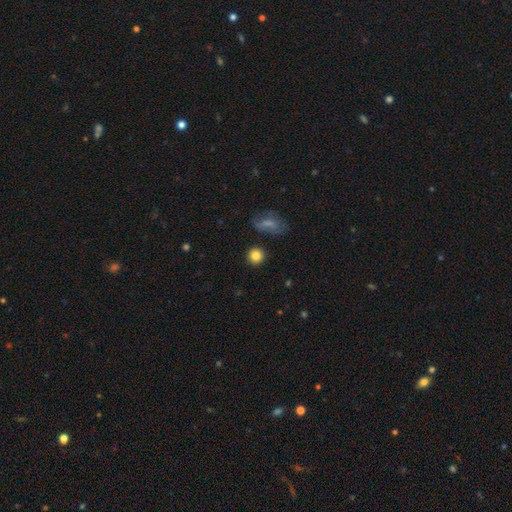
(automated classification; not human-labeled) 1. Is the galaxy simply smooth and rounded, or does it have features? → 83% smooth, 10% star or artifact, 7% featured or disk.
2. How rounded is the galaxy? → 90% round, 8% in between, 1% cigar-shaped.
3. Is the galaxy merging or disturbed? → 86% none, 8% minor disturbance, 3% merger, 3% major disturbance.